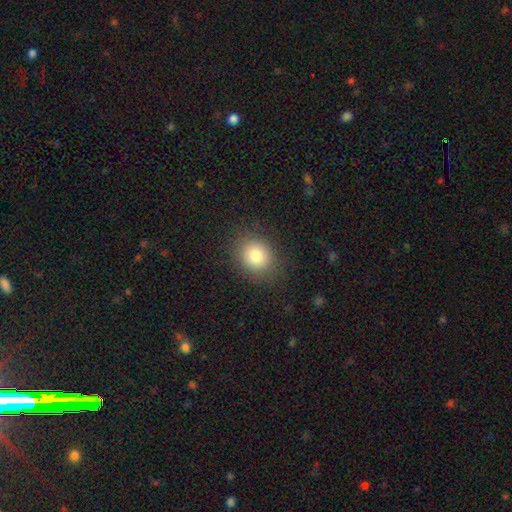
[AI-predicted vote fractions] A smooth galaxy with no disk features (81%) that is round (67%). Merging: none (86%).